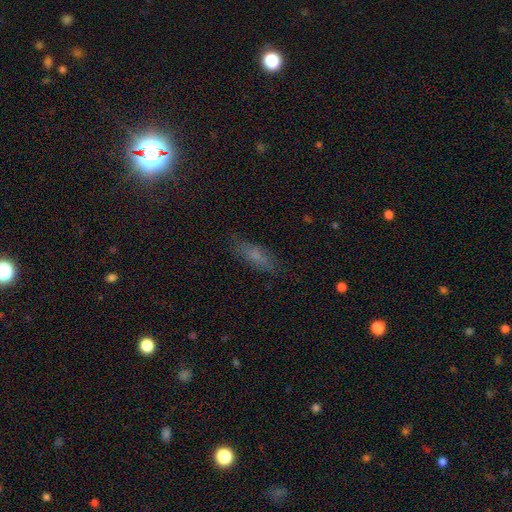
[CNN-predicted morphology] Smooth or featured: smooth — 61% (featured or disk — 23%)
How rounded: in between — 53% (cigar-shaped — 43%)
Merging: none — 79% (minor disturbance — 15%)